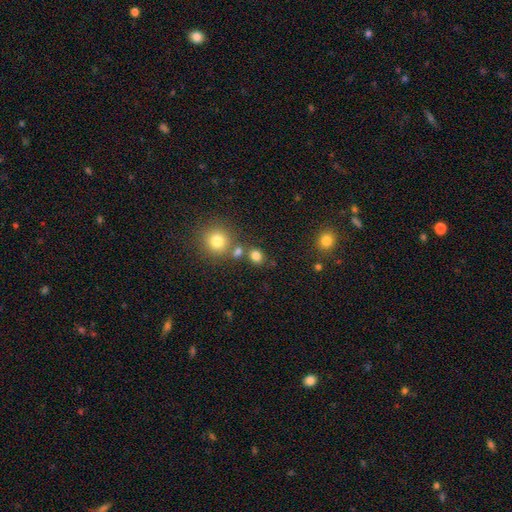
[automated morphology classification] smooth_or_featured: smooth (p=0.79) [alt: star or artifact p=0.15]
how_rounded: round (p=0.65) [alt: in between p=0.34]
merging: none (p=0.71) [alt: merger p=0.16]